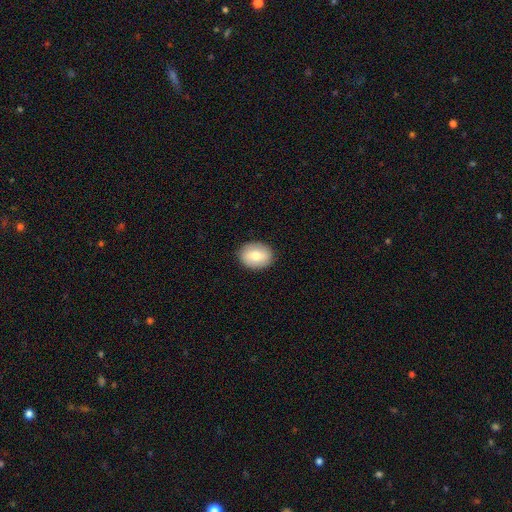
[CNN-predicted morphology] A smooth galaxy with no disk features (74%) that is in between round and cigar-shaped (55%). Merging: none (89%).